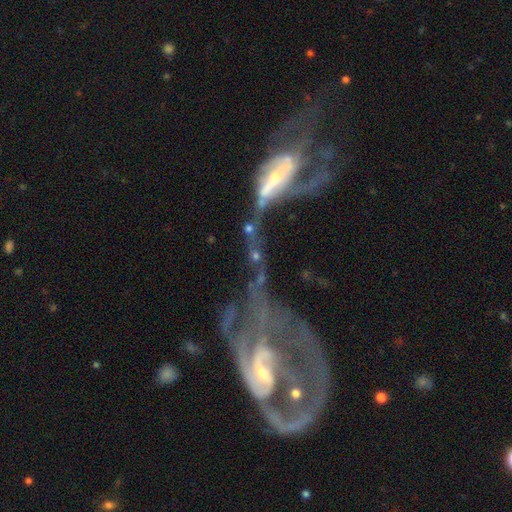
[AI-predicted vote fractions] A featured or disk galaxy (77%) with no bar (45%), 2 (43%) loose (41%) spiral arms (74%) and a small central bulge (44%). Merging: merger (59%).